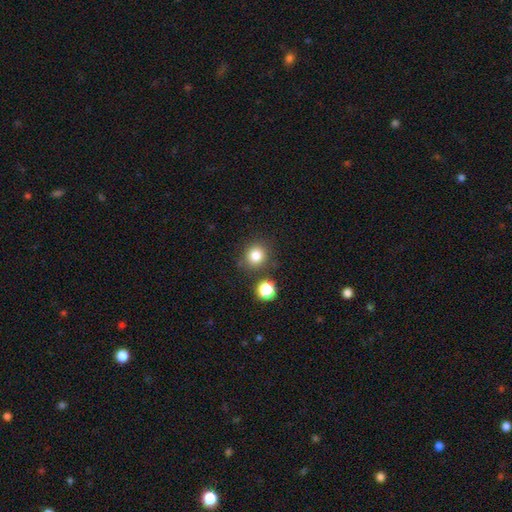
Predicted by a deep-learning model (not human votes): Smooth or featured: smooth — 82% (star or artifact — 13%)
How rounded: round — 88% (in between — 11%)
Merging: none — 80% (minor disturbance — 9%)